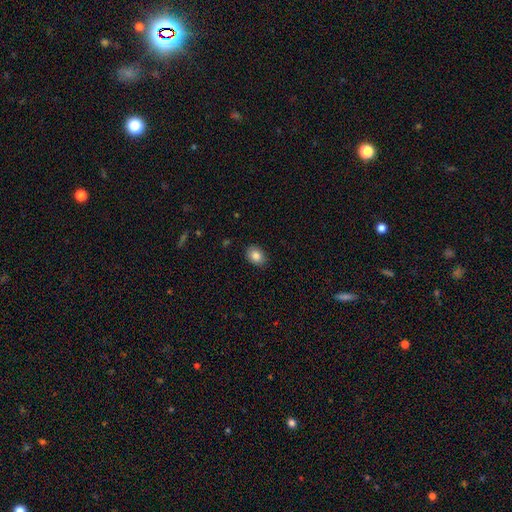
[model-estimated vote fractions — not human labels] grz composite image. It shows a smooth galaxy with no disk features (86%) that is in between round and cigar-shaped (60%). Merging: none (88%).